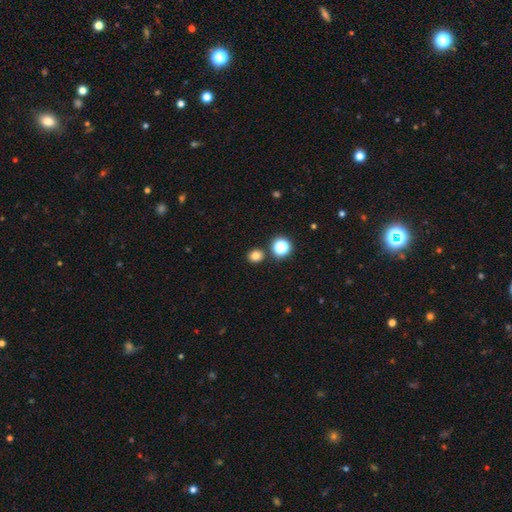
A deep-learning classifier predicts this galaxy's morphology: Smooth or featured: smooth — 78% (star or artifact — 16%)
How rounded: round — 82% (in between — 17%)
Merging: none — 85% (merger — 6%)